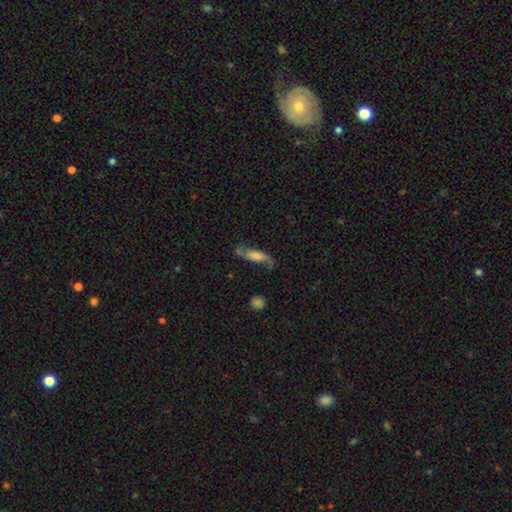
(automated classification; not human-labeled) Overall: featured or disk (56%; smooth 35%). Edge-on disk: no (70%; yes 30%). Merging: none (60%; minor disturbance 23%).